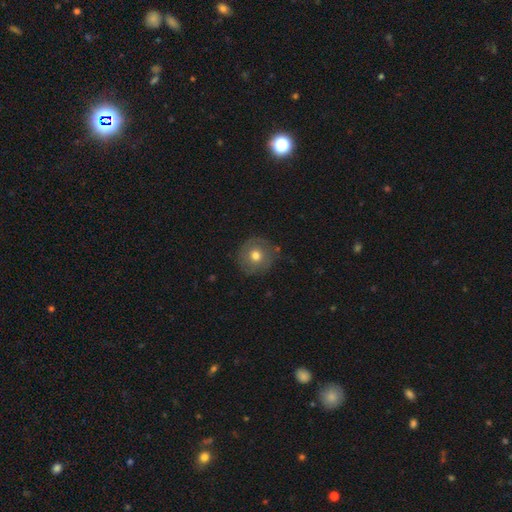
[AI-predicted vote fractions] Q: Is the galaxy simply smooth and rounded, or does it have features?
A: smooth — 66%.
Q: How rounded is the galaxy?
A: round — 92%.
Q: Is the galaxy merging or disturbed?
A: none — 78%.